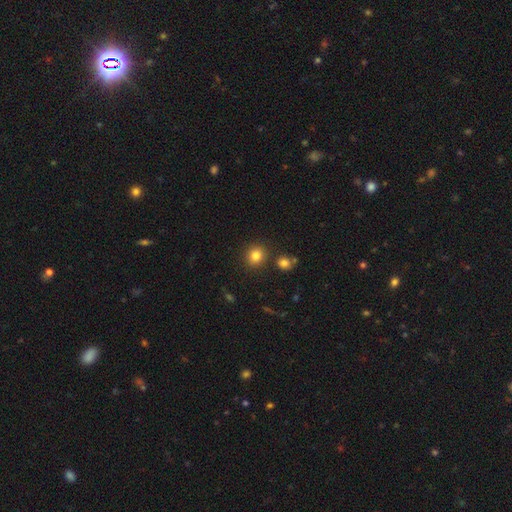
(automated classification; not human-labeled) Overall: smooth (82%). How rounded: round (83%). Merging: none (85%).